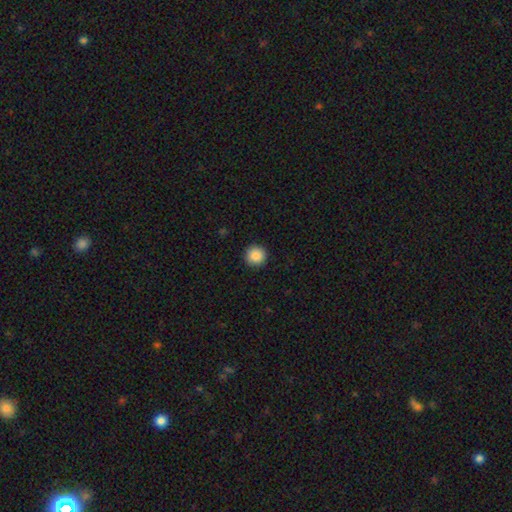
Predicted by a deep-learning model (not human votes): Overall: smooth (88%). How rounded: round (95%). Merging: none (93%).